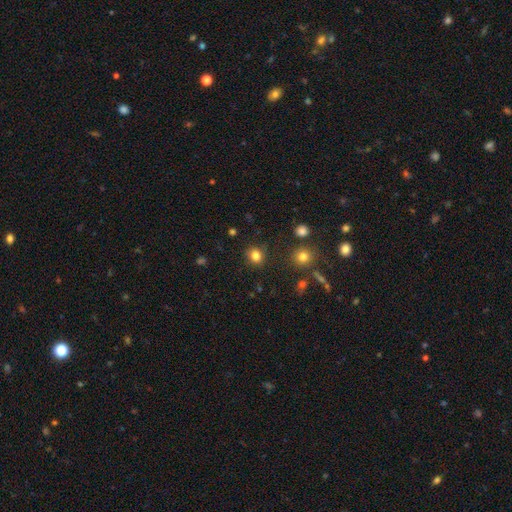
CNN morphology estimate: This appears to be a smooth galaxy with no disk features (81%) that is round (80%). Merging: none (85%).